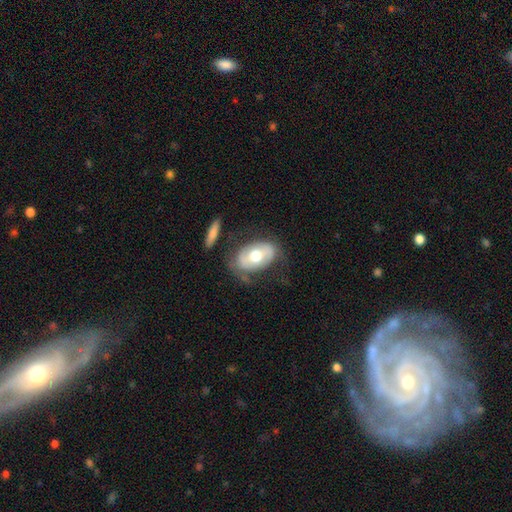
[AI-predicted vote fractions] smooth 48%, featured or disk 46%, star or artifact 6%. Down the decision tree: merging — none (62%).